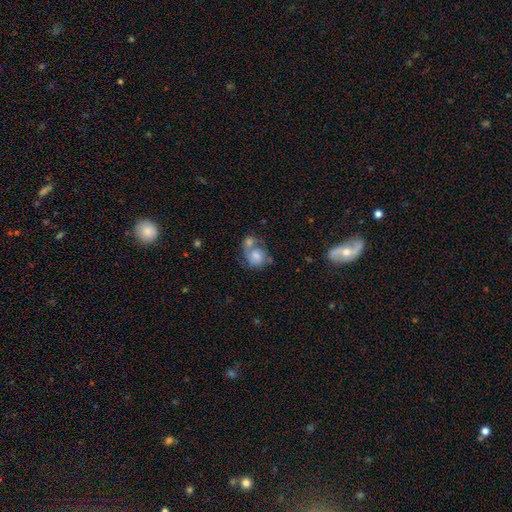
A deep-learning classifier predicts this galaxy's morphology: Smooth or featured?
  - smooth: 45% *
  - featured or disk: 44%
  - star or artifact: 11%
Merging?
  - merger: 46% *
  - none: 30%
  - minor disturbance: 13%
  - major disturbance: 10%